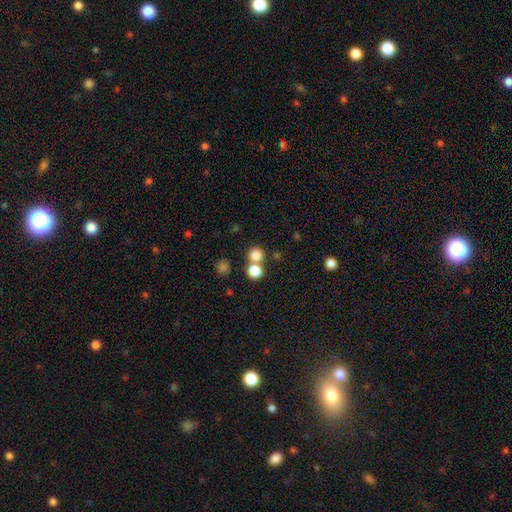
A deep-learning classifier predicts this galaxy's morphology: type=smooth (79%); roundness=round (91%); merging=none (63%).